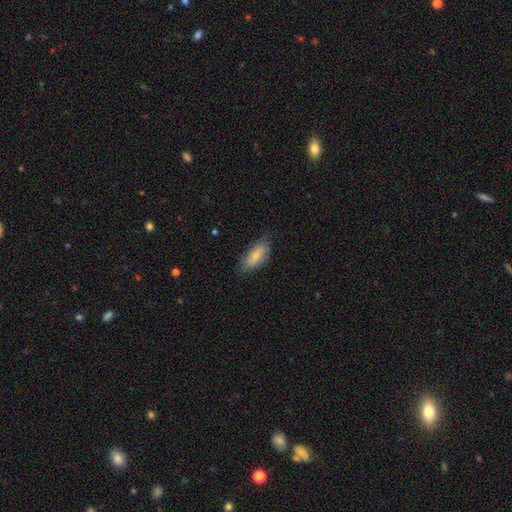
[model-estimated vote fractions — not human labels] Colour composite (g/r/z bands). It shows a smooth galaxy with no disk features (72%) that is in between round and cigar-shaped (85%). Merging: none (70%).